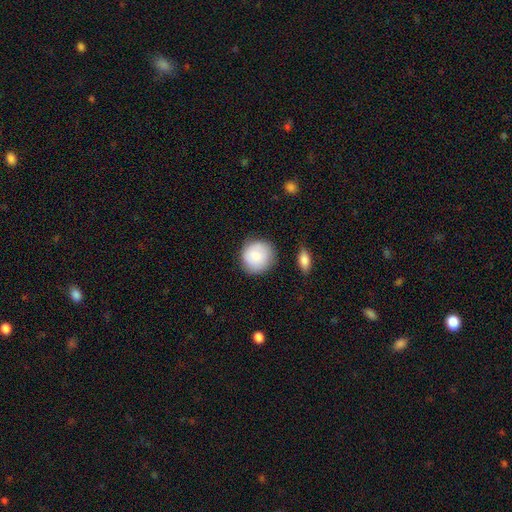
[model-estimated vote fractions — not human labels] A smooth galaxy with no disk features (84%) that is round (91%).

Vote fractions:
- Smooth or featured? smooth: 84% / featured or disk: 10% / star or artifact: 6%
- How rounded? round: 91% / in between: 8% / cigar-shaped: 1%
- Merging? none: 79% / minor disturbance: 15% / major disturbance: 4% / merger: 3%